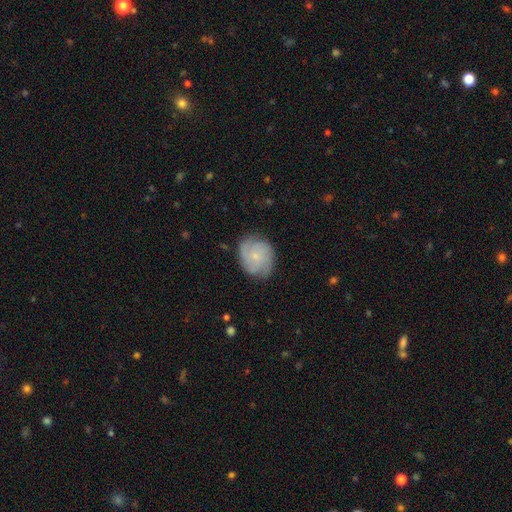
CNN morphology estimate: Smooth or featured? featured or disk (55%)
Edge-on disk? no (98%)
Bar? no (80%)
Spiral arms? yes (88%)
Bulge size? small (76%)
Merging? none (72%)